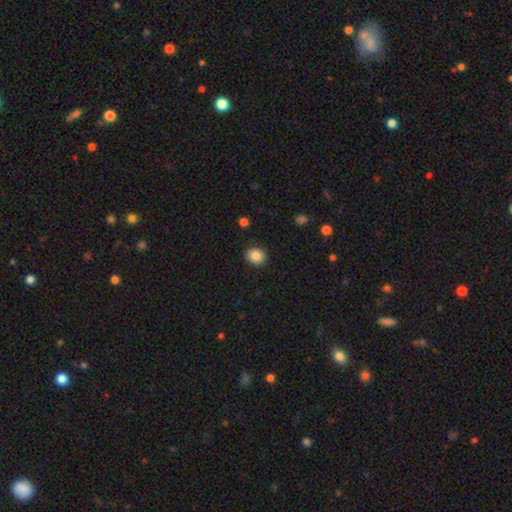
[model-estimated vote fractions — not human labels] smooth-or-featured: smooth: 86% | star or artifact: 9% | featured or disk: 5%
  how-rounded: round: 74% | in between: 25% | cigar-shaped: 1%
  merging: none: 90% | minor disturbance: 7% | major disturbance: 2% | merger: 1%